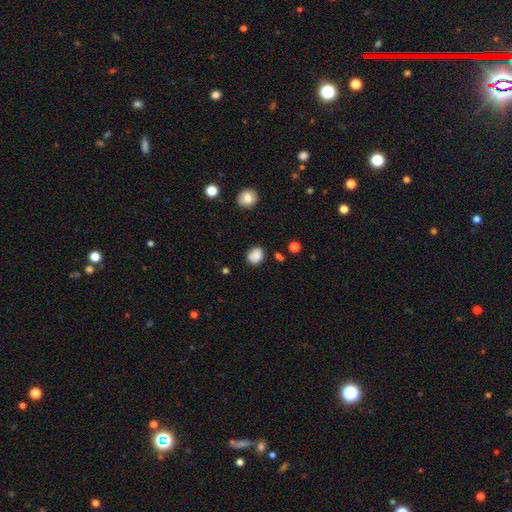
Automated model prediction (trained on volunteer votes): Smooth or featured? smooth (85%)
How rounded? round (61%)
Merging? none (78%)